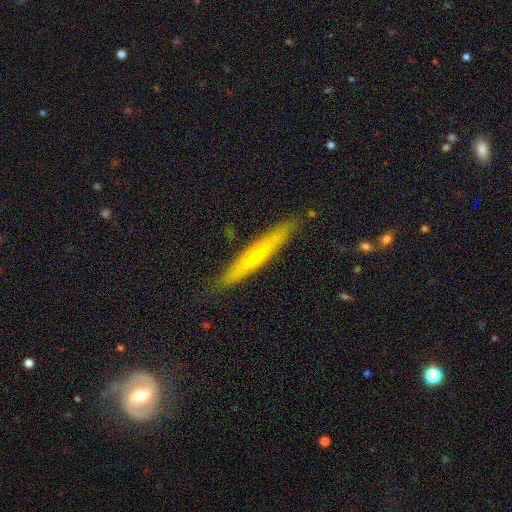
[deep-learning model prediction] smooth 50%, featured or disk 44%, star or artifact 6%. Down the decision tree: how rounded — cigar-shaped (95%); merging — none (87%).